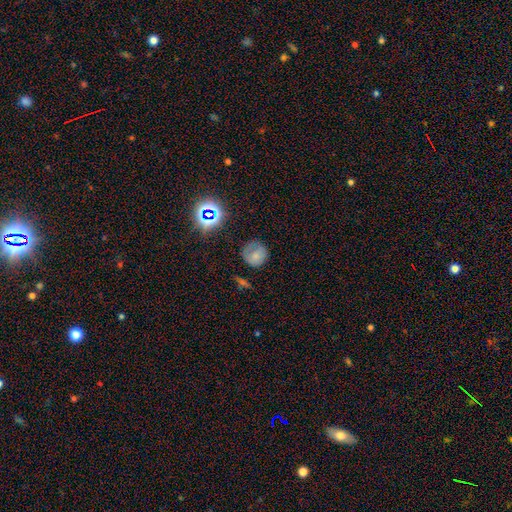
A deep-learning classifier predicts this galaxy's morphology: This appears to be a smooth galaxy with no disk features (67%) that is round (87%). Merging: none (64%).